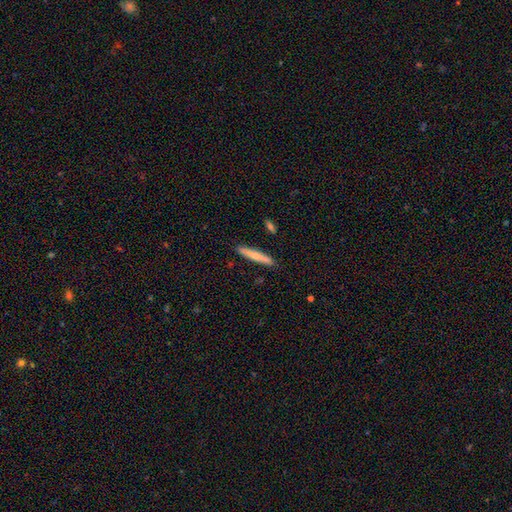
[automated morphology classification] Smooth or featured? Predicted: smooth (p=0.72). How rounded? Predicted: cigar-shaped (p=0.95). Merging? Predicted: none (p=0.89).